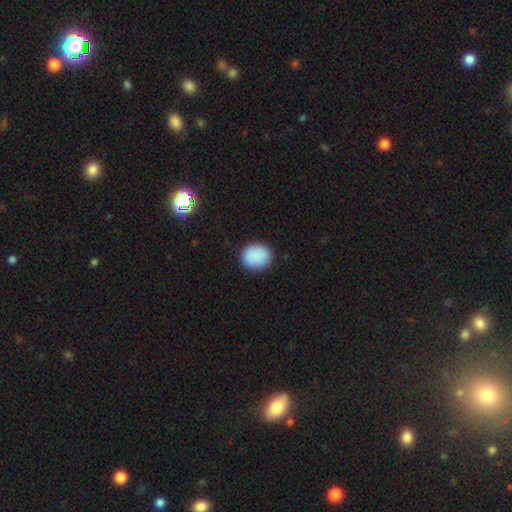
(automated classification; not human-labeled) smooth 89%, star or artifact 8%, featured or disk 3%. Down the decision tree: how rounded — round (78%); merging — none (89%).